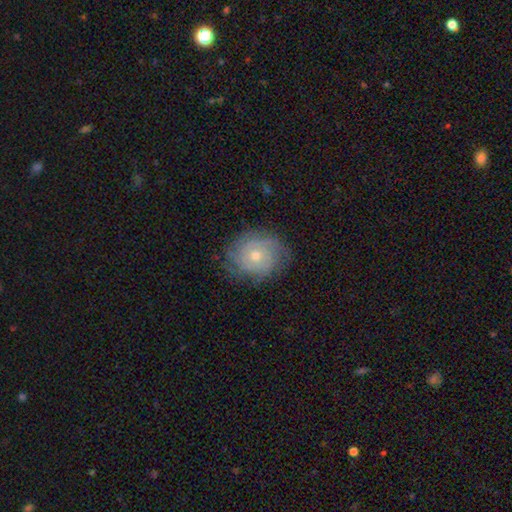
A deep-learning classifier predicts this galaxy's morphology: smooth_or_featured: featured or disk (p=0.67) [alt: smooth p=0.24]
disk_edge_on: no (p=0.97) [alt: yes p=0.03]
bar: no (p=0.84) [alt: weak p=0.13]
has_spiral_arms: yes (p=0.88) [alt: no p=0.12]
spiral_winding: tight (p=0.72) [alt: medium p=0.22]
spiral_arm_count: can't tell (p=0.46) [alt: 2 p=0.18]
bulge_size: small (p=0.53) [alt: moderate p=0.44]
merging: none (p=0.78) [alt: minor disturbance p=0.15]